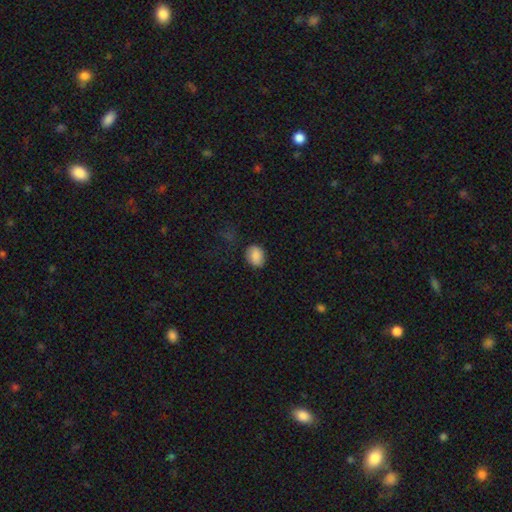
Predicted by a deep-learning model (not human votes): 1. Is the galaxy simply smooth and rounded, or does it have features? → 85% smooth, 9% star or artifact, 7% featured or disk.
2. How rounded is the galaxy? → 61% in between, 38% round, 1% cigar-shaped.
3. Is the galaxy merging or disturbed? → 80% none, 15% minor disturbance, 4% major disturbance, 2% merger.